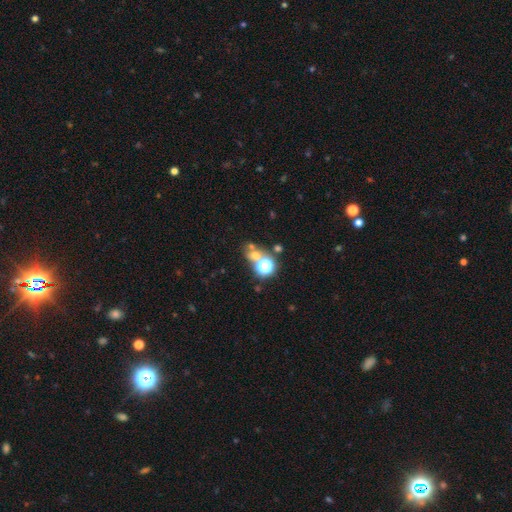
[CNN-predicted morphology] Smooth or featured? Predicted: smooth (p=0.49). Merging? Predicted: none (p=0.49).